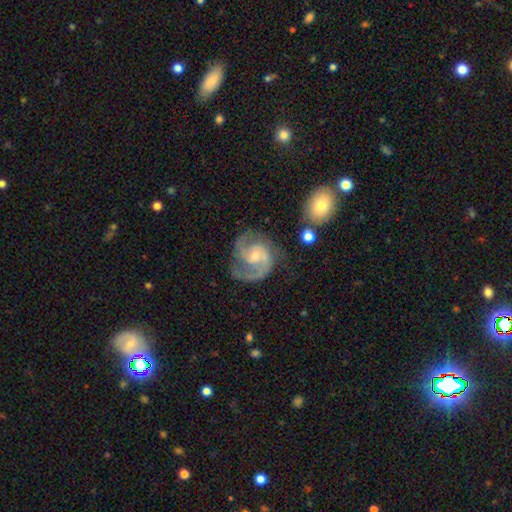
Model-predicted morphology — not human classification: Overall: featured or disk (90%). Edge-on disk: no (98%). Bar: no (53%; weak 39%). Spiral arms: yes (98%). Spiral arm count: 2 (70%). Spiral winding: medium (54%; tight 35%). Bulge size: small (57%; moderate 37%). Merging: none (70%).